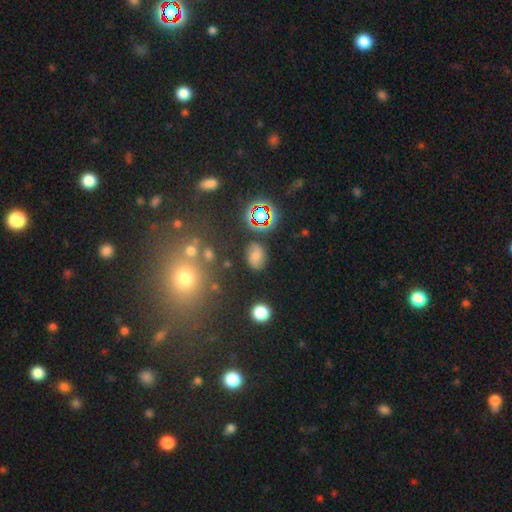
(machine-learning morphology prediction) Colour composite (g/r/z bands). It shows a smooth galaxy with no disk features (53%) that is in between round and cigar-shaped (75%). Merging: none (71%).